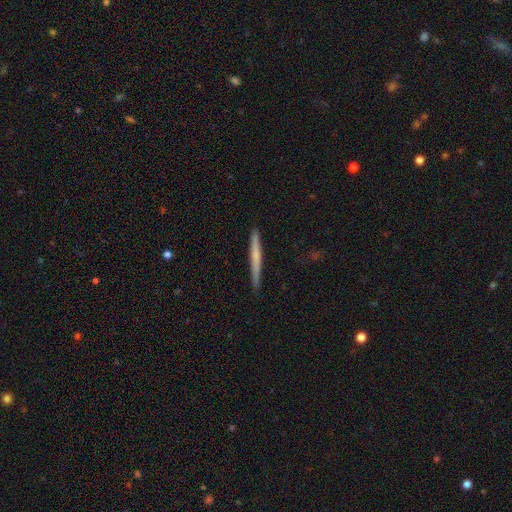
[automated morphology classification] Overall: smooth (52%; featured or disk 42%). How rounded: cigar-shaped (97%). Merging: none (89%).